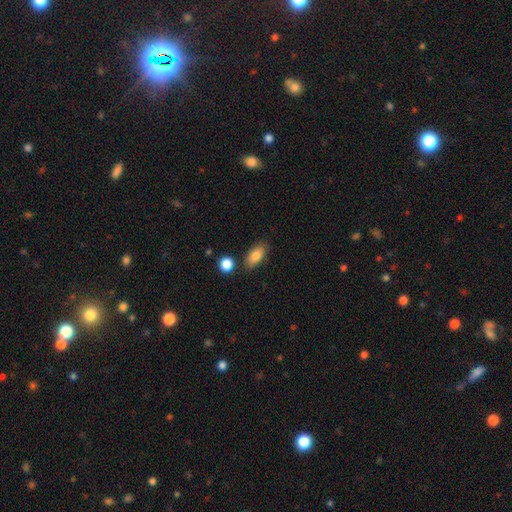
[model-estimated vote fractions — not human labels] smooth-or-featured: smooth: 84% | featured or disk: 8% | star or artifact: 7%
  how-rounded: in between: 87% | cigar-shaped: 8% | round: 5%
  merging: none: 79% | minor disturbance: 13% | merger: 5% | major disturbance: 3%